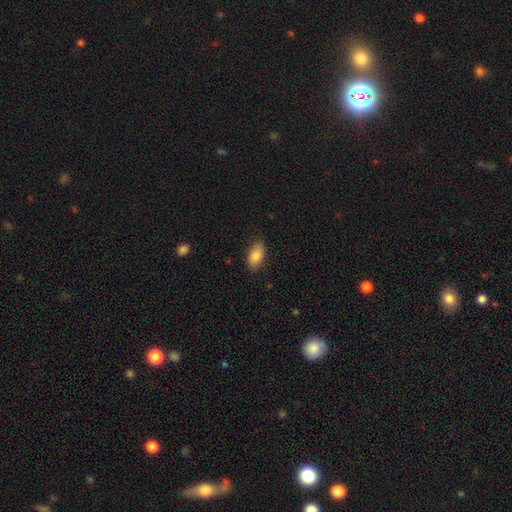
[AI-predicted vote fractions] This is clearly a smooth galaxy (84%). How rounded: clearly in between (93%). Merging: clearly none (84%).